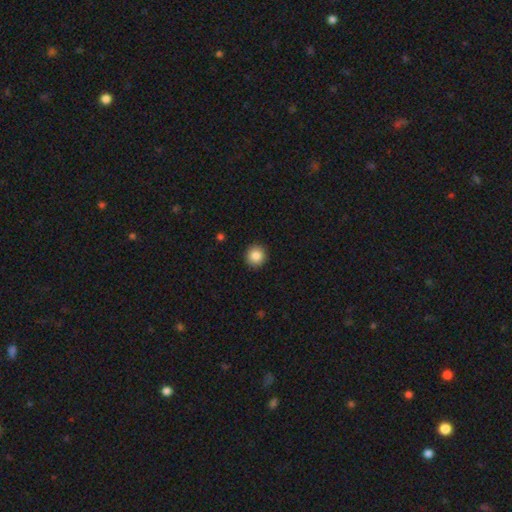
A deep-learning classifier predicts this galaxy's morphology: The model was most divided on "smooth or featured": smooth: 86%, star or artifact: 9%, featured or disk: 5%. More confident: how rounded — round (92%); merging — none (92%).